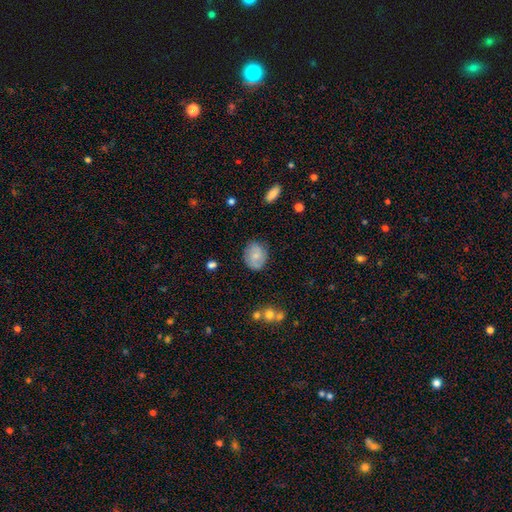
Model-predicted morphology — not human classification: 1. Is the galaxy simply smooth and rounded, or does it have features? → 65% smooth, 28% featured or disk, 7% star or artifact.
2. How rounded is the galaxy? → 55% round, 44% in between, 1% cigar-shaped.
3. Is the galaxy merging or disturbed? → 77% none, 17% minor disturbance, 4% major disturbance, 1% merger.